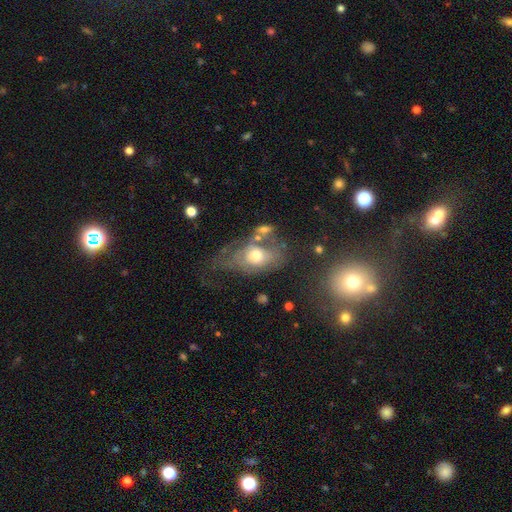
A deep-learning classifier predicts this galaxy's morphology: smooth_or_featured: smooth (p=0.46) [alt: featured or disk p=0.44]
merging: major disturbance (p=0.37) [alt: none p=0.26]